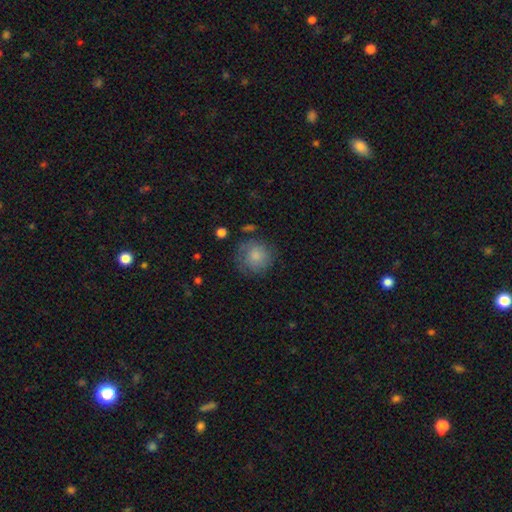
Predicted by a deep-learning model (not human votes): This appears to be a smooth galaxy with no disk features (75%) that is round (91%). Merging: none (67%).